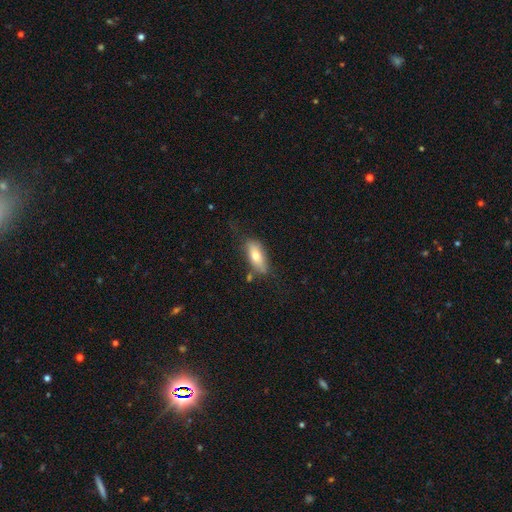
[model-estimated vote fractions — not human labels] Q: Smooth or featured?
A: smooth (70%); runner-up: featured or disk (23%)
Q: How rounded?
A: in between (79%); runner-up: cigar-shaped (18%)
Q: Merging?
A: none (65%); runner-up: minor disturbance (23%)